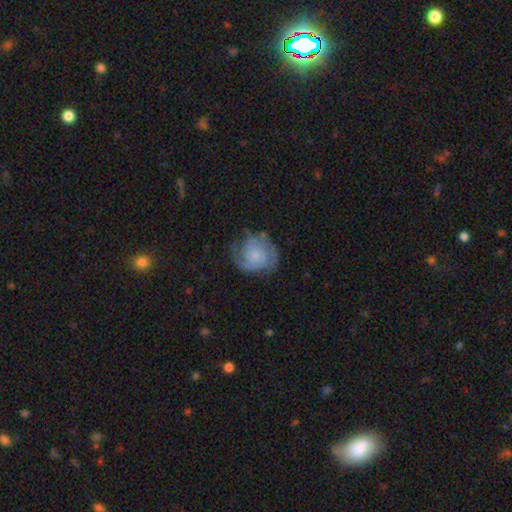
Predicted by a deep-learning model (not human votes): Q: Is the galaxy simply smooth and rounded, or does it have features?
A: featured or disk — 66%.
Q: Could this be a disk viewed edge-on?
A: no — 98%.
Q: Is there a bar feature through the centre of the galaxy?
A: no — 76%.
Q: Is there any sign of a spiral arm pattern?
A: yes — 90%.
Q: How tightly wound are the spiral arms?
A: tight — 47%.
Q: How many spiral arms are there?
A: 2 — 46%.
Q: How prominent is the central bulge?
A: small — 57%.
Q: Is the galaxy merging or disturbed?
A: none — 62%.